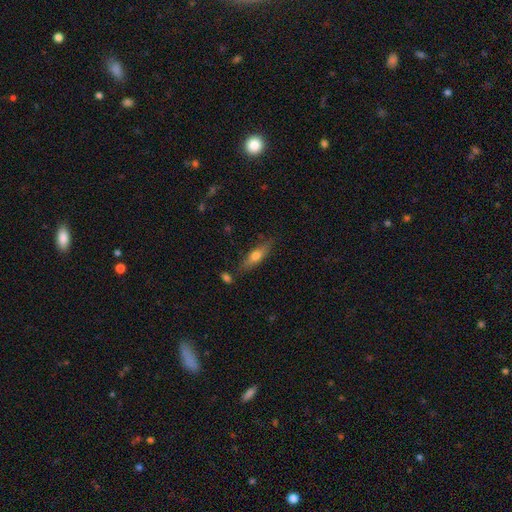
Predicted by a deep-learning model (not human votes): This is likely a smooth galaxy (62%). How rounded: possibly cigar-shaped (56%). Merging: likely none (77%).